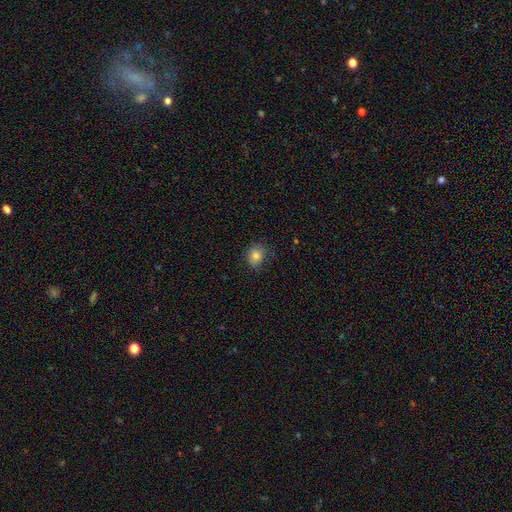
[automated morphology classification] Q: Smooth or featured?
A: smooth (81%); runner-up: star or artifact (11%)
Q: How rounded?
A: round (56%); runner-up: in between (43%)
Q: Merging?
A: none (82%); runner-up: minor disturbance (14%)